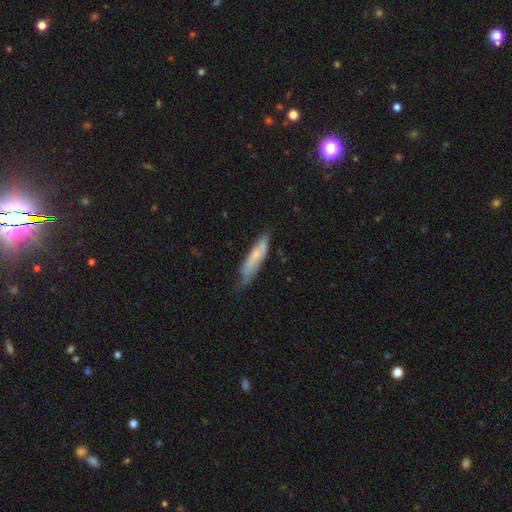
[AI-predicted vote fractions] Overall: smooth (57%; featured or disk 36%). How rounded: cigar-shaped (77%). Merging: none (54%; minor disturbance 33%).